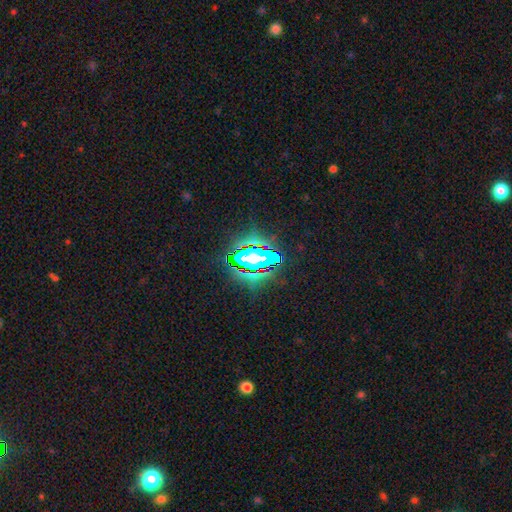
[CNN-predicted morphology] Q: Smooth or featured?
A: star or artifact (70%); runner-up: smooth (17%)